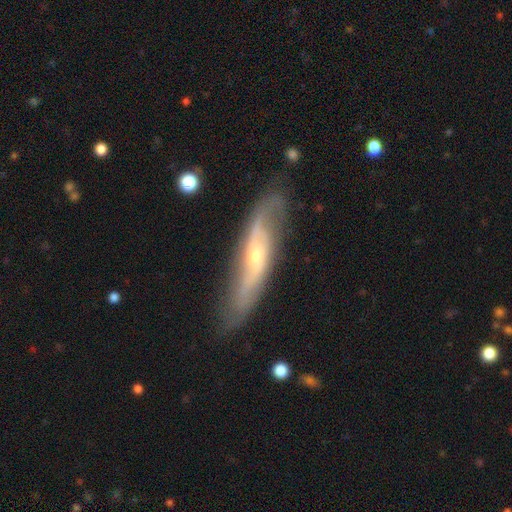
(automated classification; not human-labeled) Morphology: type=featured or disk (76%); edge-on=no (65%); merging=none (76%).